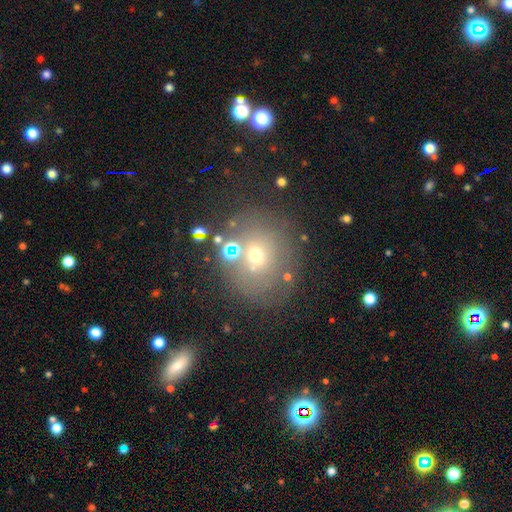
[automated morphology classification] Smooth or featured? Predicted: smooth (p=0.55). How rounded? Predicted: round (p=0.79). Merging? Predicted: none (p=0.69).